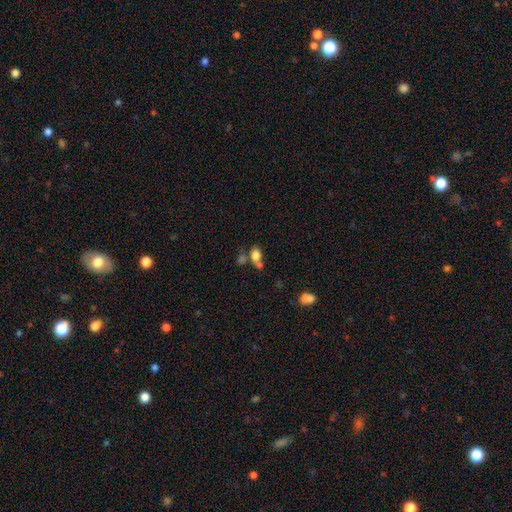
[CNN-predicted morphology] Q: Smooth or featured?
A: smooth (78%); runner-up: star or artifact (11%)
Q: How rounded?
A: in between (73%); runner-up: round (25%)
Q: Merging?
A: none (44%); runner-up: merger (36%)